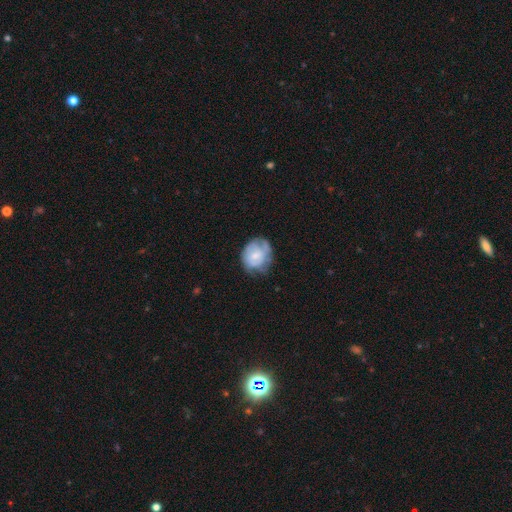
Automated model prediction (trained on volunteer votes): smooth-or-featured: featured or disk: 46% (tied) | smooth: 46% (tied) | star or artifact: 7%
  merging: none: 51% | minor disturbance: 32% | major disturbance: 15% | merger: 2%